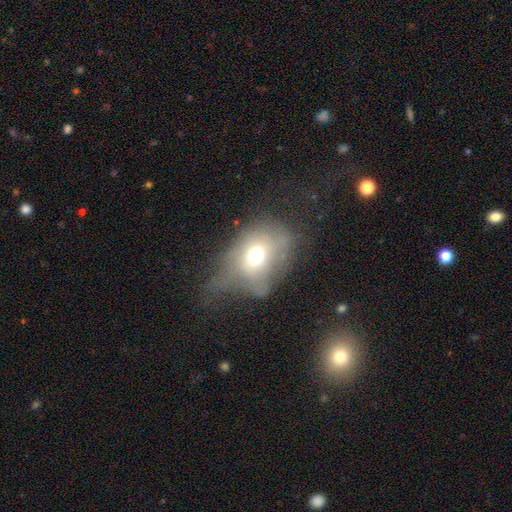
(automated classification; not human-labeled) smooth_or_featured: smooth (p=0.62) [alt: featured or disk p=0.26]
how_rounded: in between (p=0.58) [alt: round p=0.40]
merging: major disturbance (p=0.48) [alt: minor disturbance p=0.26]